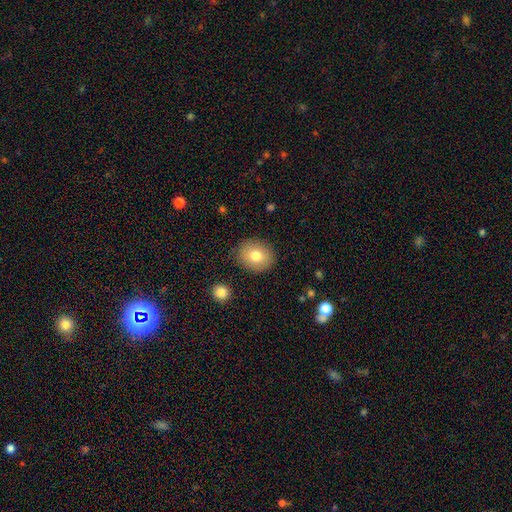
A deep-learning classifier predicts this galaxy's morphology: smooth-or-featured: smooth: 79% | featured or disk: 13% | star or artifact: 9%
  how-rounded: round: 66% | in between: 33% | cigar-shaped: 1%
  merging: none: 87% | minor disturbance: 8% | major disturbance: 2% | merger: 2%